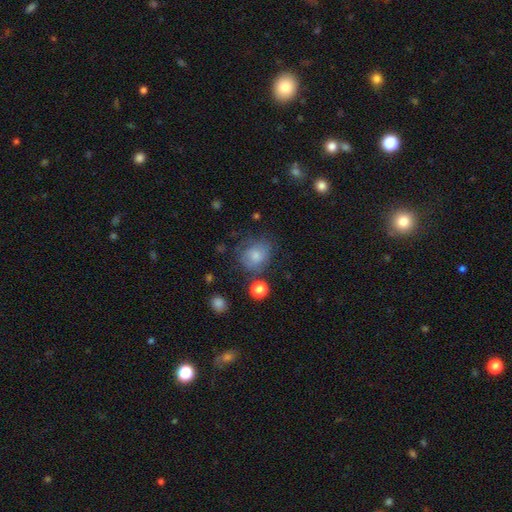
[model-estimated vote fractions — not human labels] Smooth or featured? smooth (75%)
How rounded? round (63%)
Merging? none (56%)